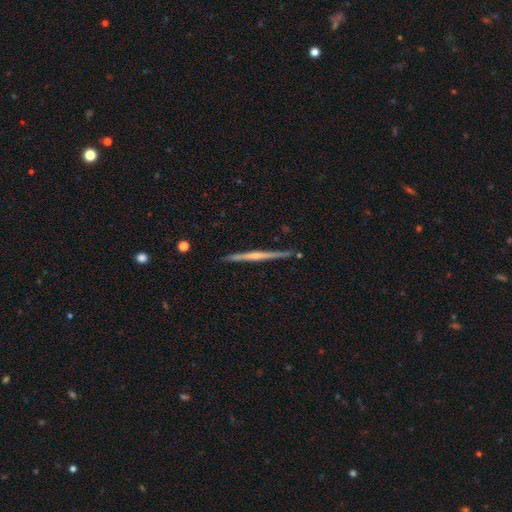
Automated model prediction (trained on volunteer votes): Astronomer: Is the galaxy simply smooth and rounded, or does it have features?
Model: featured or disk — 70%.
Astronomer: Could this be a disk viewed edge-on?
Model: yes — 98%.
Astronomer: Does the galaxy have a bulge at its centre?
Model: none — 49% (runner-up: rounded, 43%).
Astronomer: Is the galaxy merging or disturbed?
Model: none — 90%.